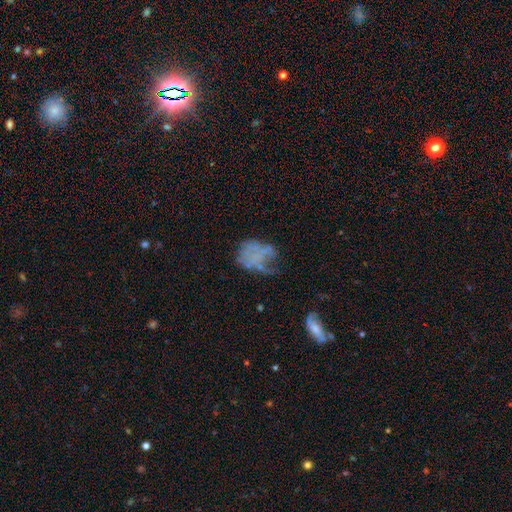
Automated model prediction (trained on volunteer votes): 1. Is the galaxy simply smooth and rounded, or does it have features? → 47% featured or disk, 37% smooth, 16% star or artifact.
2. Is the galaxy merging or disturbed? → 43% major disturbance, 28% none, 23% minor disturbance, 6% merger.